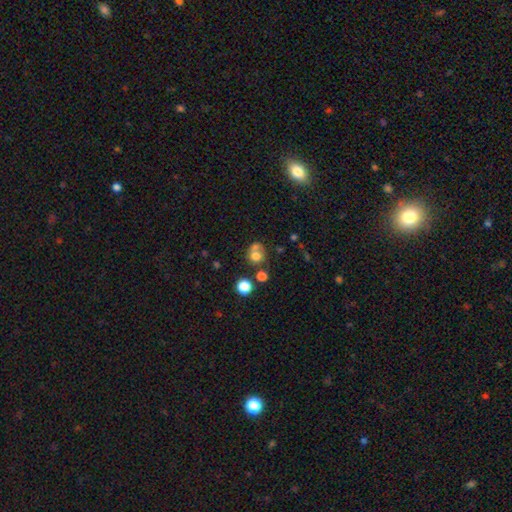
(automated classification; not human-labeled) Overall: smooth (71%). How rounded: round (79%). Merging: none (42%; merger 40%).